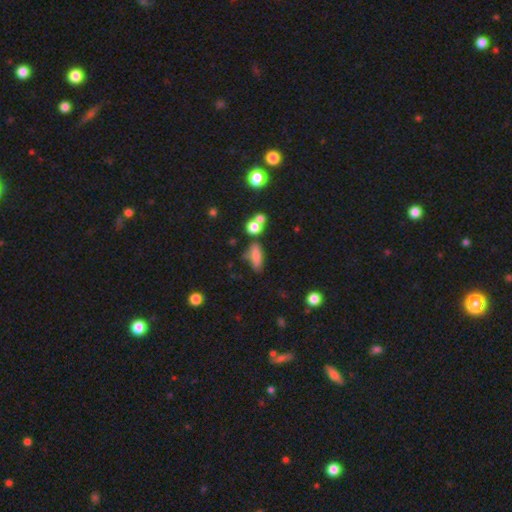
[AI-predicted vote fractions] The model was most divided on "merging": none: 52%, minor disturbance: 24%, merger: 14%, major disturbance: 10%. More confident: smooth or featured — smooth (76%); how rounded — in between (63%).